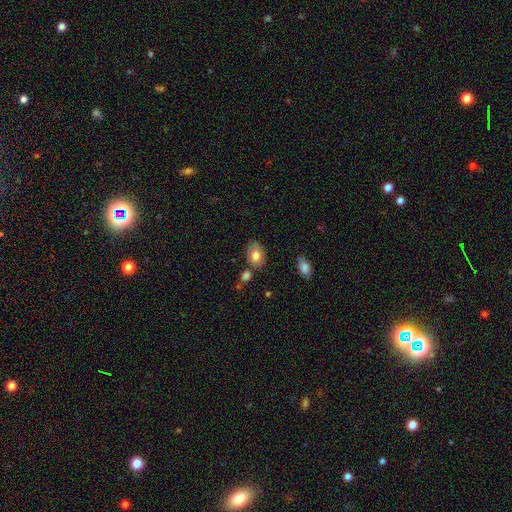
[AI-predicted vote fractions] This appears to be a smooth galaxy with no disk features (77%) that is in between round and cigar-shaped (81%). Merging: none (67%).